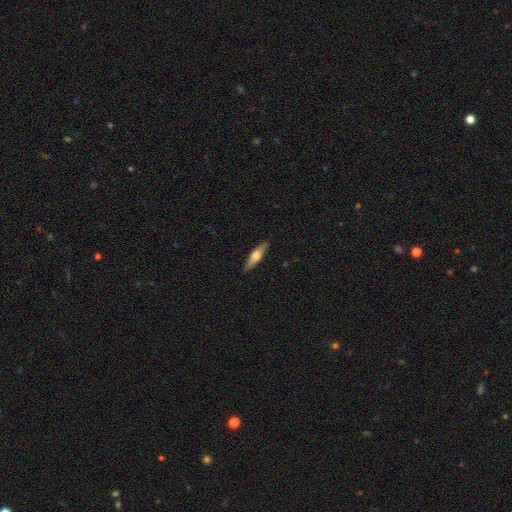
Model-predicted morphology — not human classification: A smooth galaxy with no disk features (49%). Merging: none (88%).